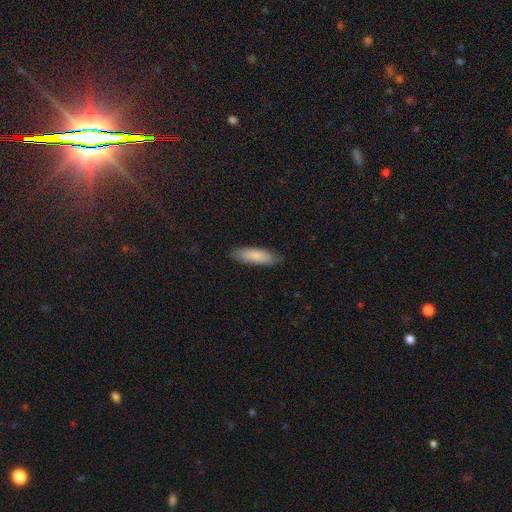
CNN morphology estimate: Overall: smooth (84%). How rounded: cigar-shaped (56%; in between 43%). Merging: none (83%).